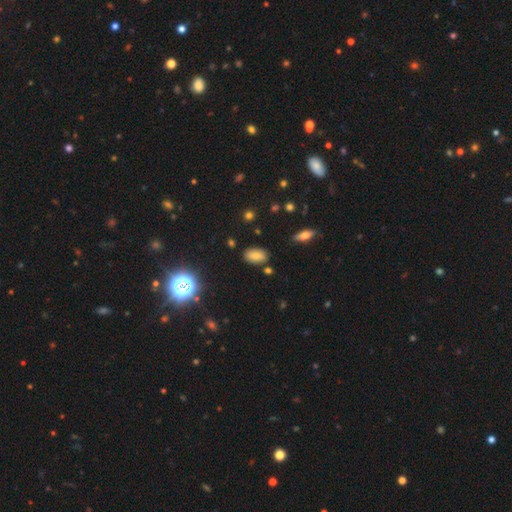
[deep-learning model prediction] This appears to be a smooth galaxy with no disk features (77%) that is in between round and cigar-shaped (92%). Merging: none (82%).